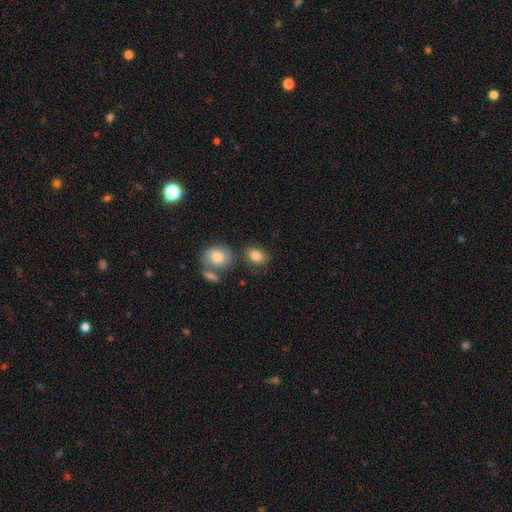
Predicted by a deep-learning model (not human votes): Overall: smooth (83%). How rounded: in between (71%). Merging: none (68%).